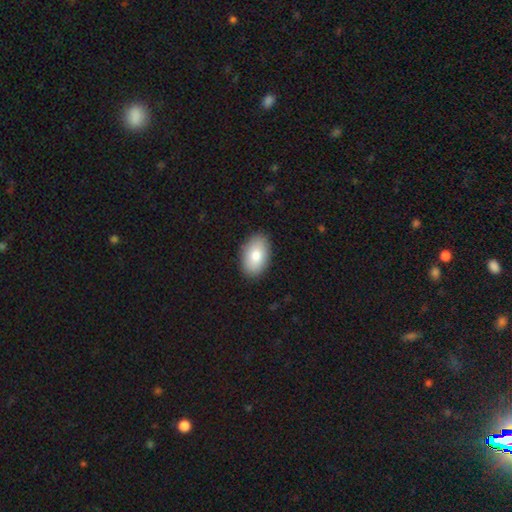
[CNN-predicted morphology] The model was most divided on "smooth or featured": smooth: 81%, featured or disk: 12%, star or artifact: 6%. More confident: how rounded — in between (92%); merging — none (89%).